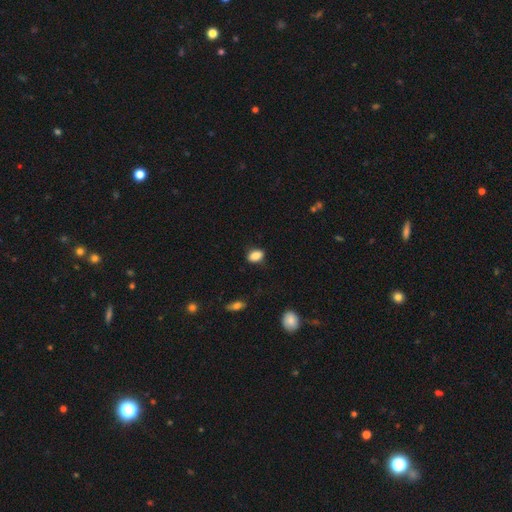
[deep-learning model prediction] Smooth or featured? smooth (87%)
How rounded? in between (85%)
Merging? none (82%)